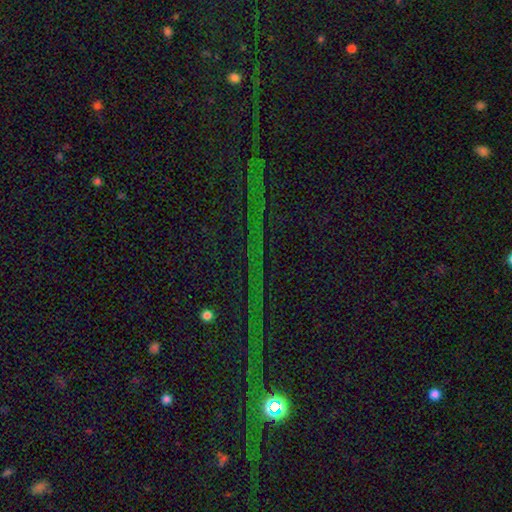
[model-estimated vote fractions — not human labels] star or artifact 83%, featured or disk 9%, smooth 8%.